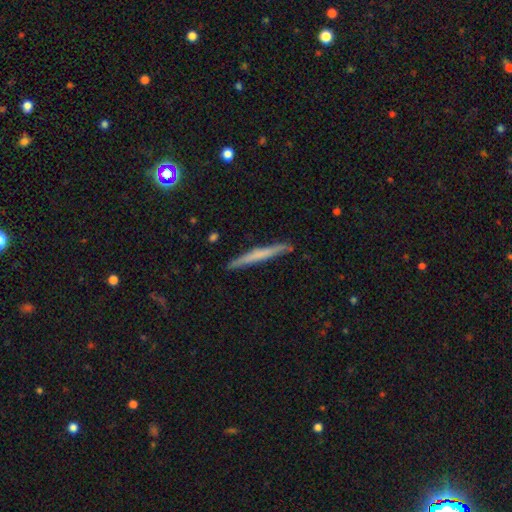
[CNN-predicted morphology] type=smooth (51%); roundness=cigar-shaped (97%); merging=none (90%).